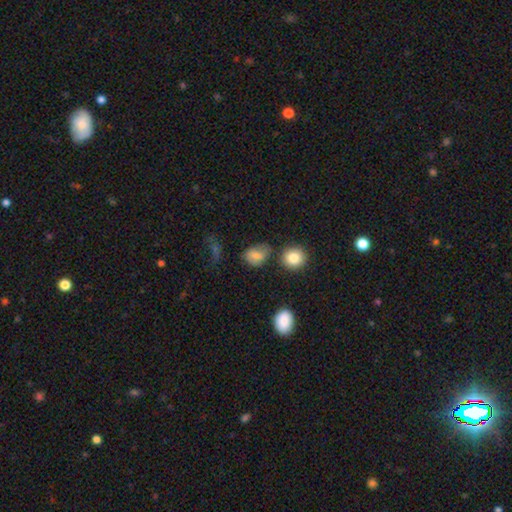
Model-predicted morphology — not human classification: Q: Smooth or featured?
A: smooth (74%); runner-up: featured or disk (15%)
Q: How rounded?
A: in between (61%); runner-up: round (38%)
Q: Merging?
A: none (56%); runner-up: minor disturbance (23%)